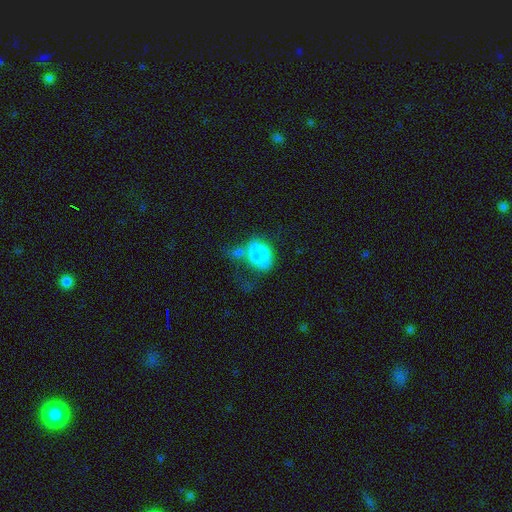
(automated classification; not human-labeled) Smooth or featured? Predicted: smooth (p=0.68). How rounded? Predicted: in between (p=0.72). Merging? Predicted: merger (p=0.38).